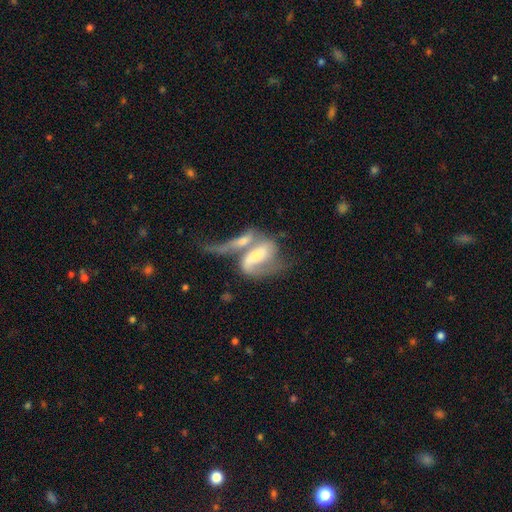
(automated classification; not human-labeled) A featured or disk galaxy (64%) with no bar (36%), spiral arms (73%) and a small central bulge (42%). Merging: merger (59%).